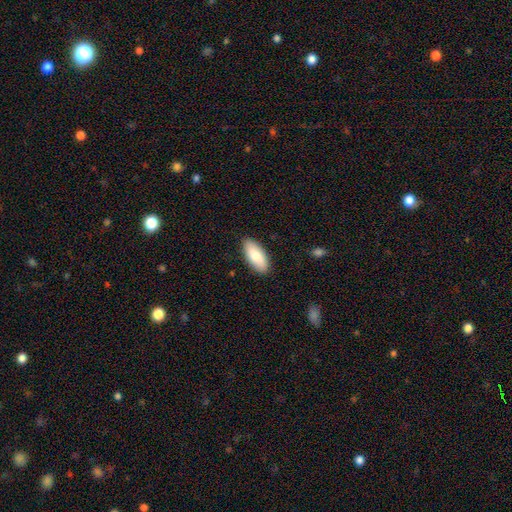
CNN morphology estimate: Overall: smooth (82%). How rounded: in between (87%). Merging: none (88%).